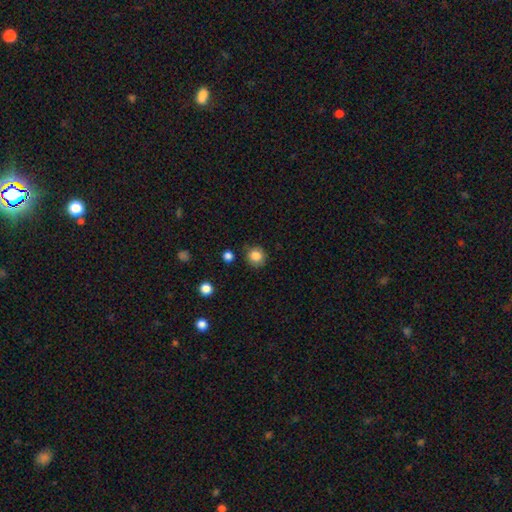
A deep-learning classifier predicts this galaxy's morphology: A smooth galaxy with no disk features (84%) that is round (90%). Merging: none (85%).